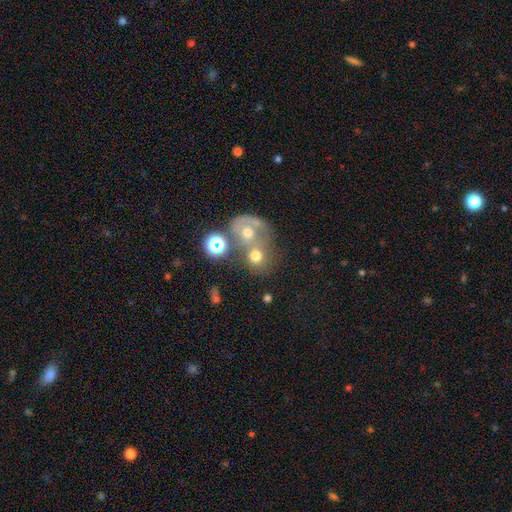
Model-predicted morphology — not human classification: smooth-or-featured: smooth: 61% | featured or disk: 22% | star or artifact: 17%
  how-rounded: round: 75% | in between: 24% | cigar-shaped: 1%
  merging: merger: 52% | none: 33% | minor disturbance: 8% | major disturbance: 7%